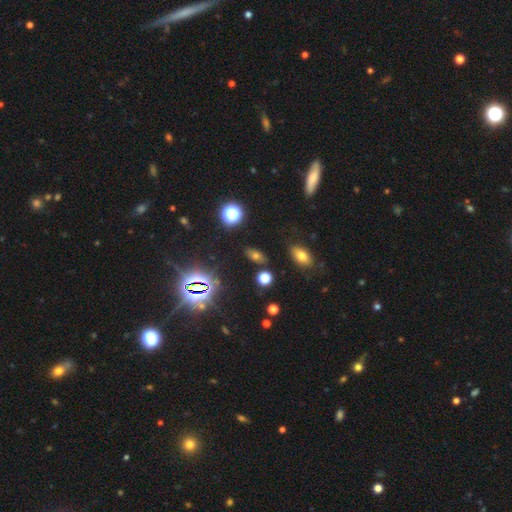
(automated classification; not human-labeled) smooth-or-featured: smooth: 45% | star or artifact: 40% | featured or disk: 15%
  merging: none: 83% | minor disturbance: 10% | major disturbance: 4% | merger: 3%